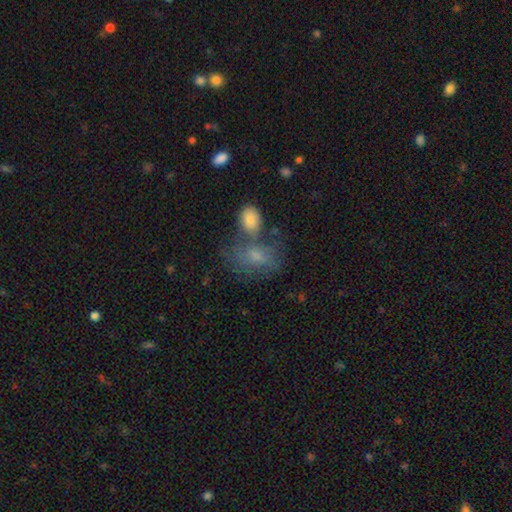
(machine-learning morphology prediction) A smooth galaxy with no disk features (60%) that is in between round and cigar-shaped (79%). Merging: none (42%).